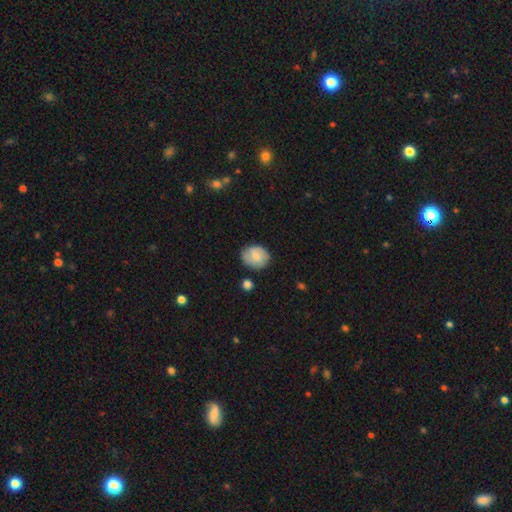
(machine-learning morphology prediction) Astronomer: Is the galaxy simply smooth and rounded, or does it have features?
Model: smooth — 65%.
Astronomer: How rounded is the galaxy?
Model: round — 58% (runner-up: in between, 41%).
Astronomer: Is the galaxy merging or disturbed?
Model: none — 73%.